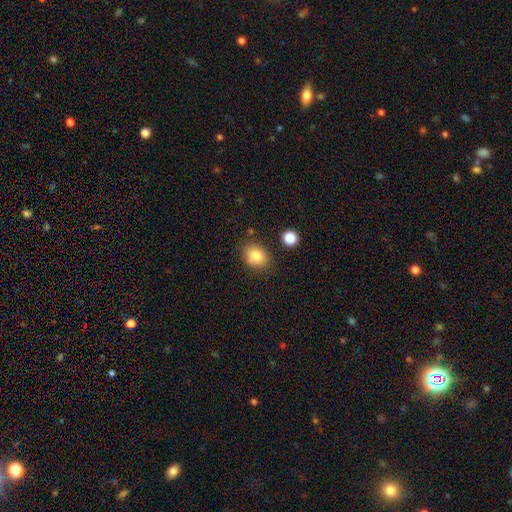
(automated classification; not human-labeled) Smooth or featured? smooth (84%)
How rounded? in between (52%)
Merging? none (79%)